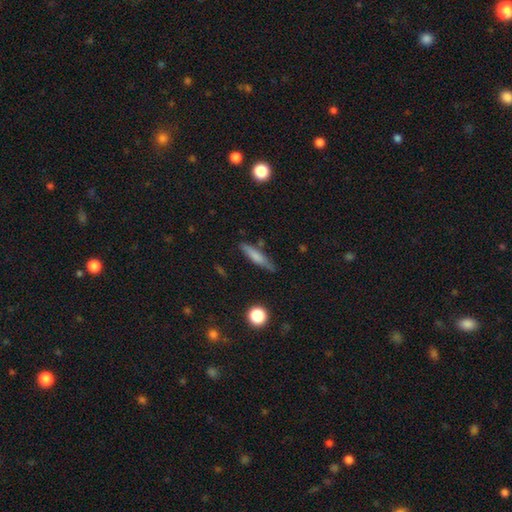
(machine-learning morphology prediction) A smooth galaxy with no disk features (69%) that is cigar-shaped (82%). Merging: none (76%).